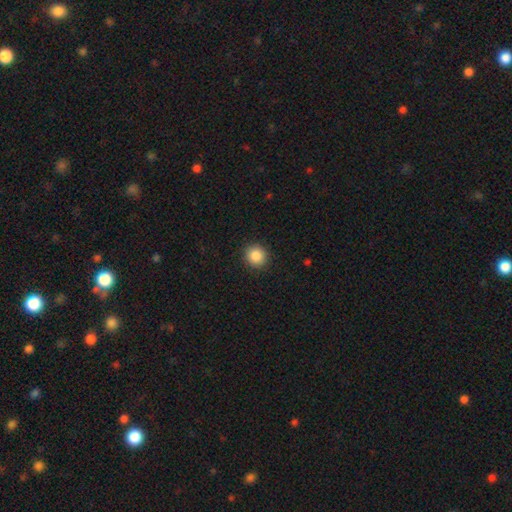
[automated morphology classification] This is clearly a smooth galaxy (87%). How rounded: clearly round (91%). Merging: clearly none (92%).